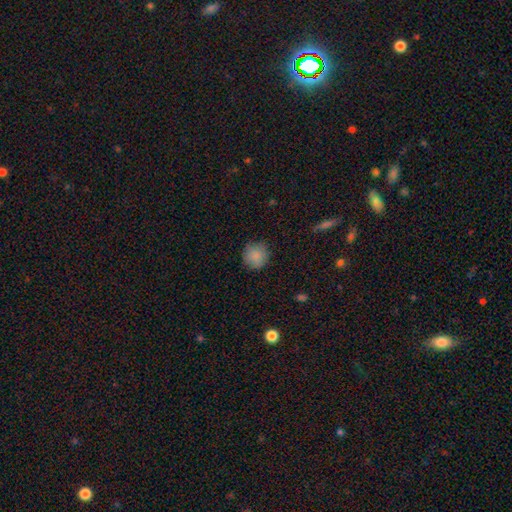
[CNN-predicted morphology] This is clearly a smooth galaxy (86%). How rounded: clearly round (90%). Merging: clearly none (84%).